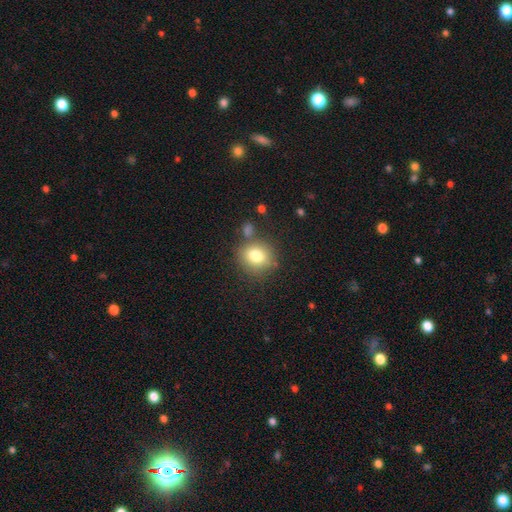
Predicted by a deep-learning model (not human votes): smooth_or_featured: smooth (p=0.78) [alt: featured or disk p=0.11]
how_rounded: round (p=0.77) [alt: in between p=0.22]
merging: none (p=0.75) [alt: minor disturbance p=0.13]